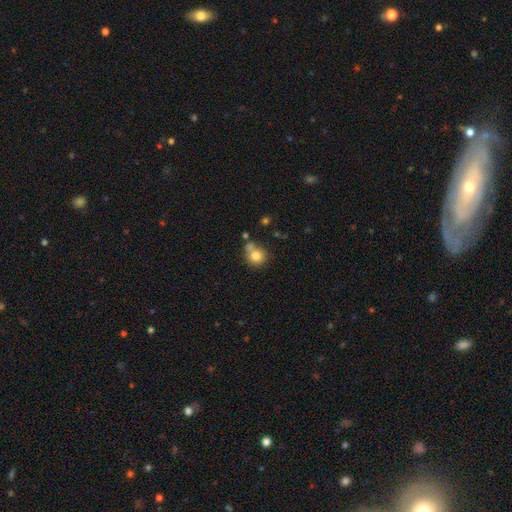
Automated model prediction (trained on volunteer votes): Smooth or featured? Predicted: smooth (p=0.78). How rounded? Predicted: round (p=0.85). Merging? Predicted: none (p=0.55).